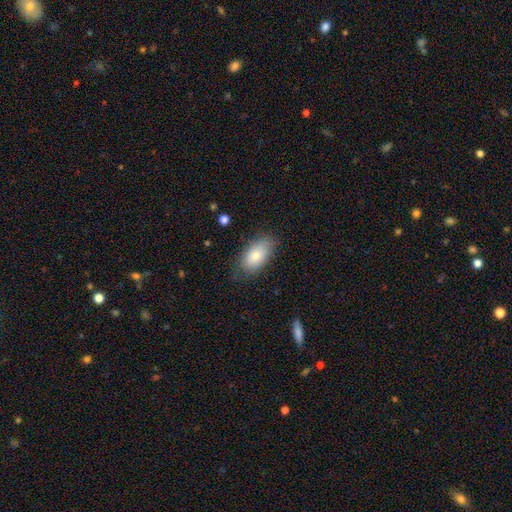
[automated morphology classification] Smooth or featured? Predicted: smooth (p=0.77). How rounded? Predicted: in between (p=0.93). Merging? Predicted: none (p=0.75).